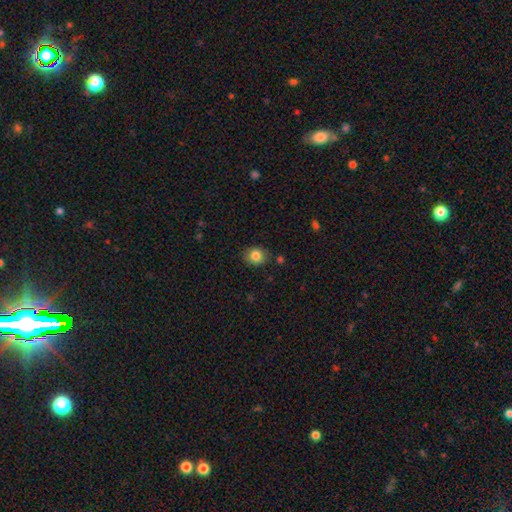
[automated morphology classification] Overall: smooth (83%). How rounded: round (69%; in between 30%). Merging: none (83%).